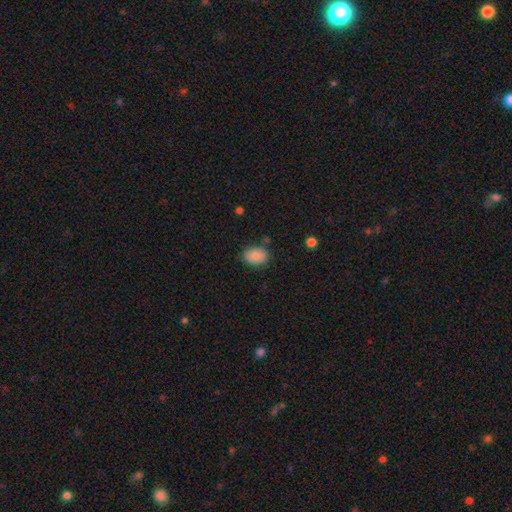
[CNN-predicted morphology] Smooth or featured: smooth — 86% (star or artifact — 8%)
How rounded: in between — 77% (round — 22%)
Merging: none — 80% (minor disturbance — 14%)